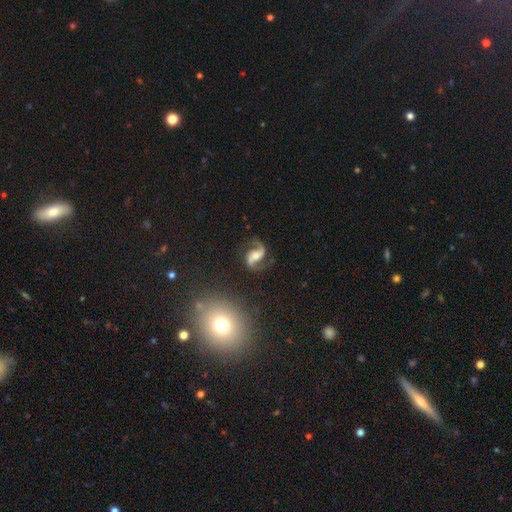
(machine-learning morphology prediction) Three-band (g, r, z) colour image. It shows a featured or disk galaxy (89%) with a weak bar (36%), 2 (94%) loose (55%) spiral arms (97%) and a moderate central bulge (52%). Merging: none (79%).